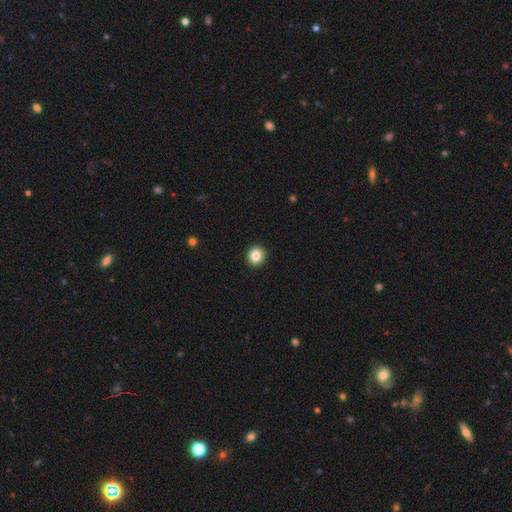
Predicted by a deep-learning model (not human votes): smooth-or-featured: smooth: 85% | star or artifact: 10% | featured or disk: 5%
  how-rounded: round: 89% | in between: 10% | cigar-shaped: 1%
  merging: none: 93% | minor disturbance: 4% | major disturbance: 1% | merger: 1%